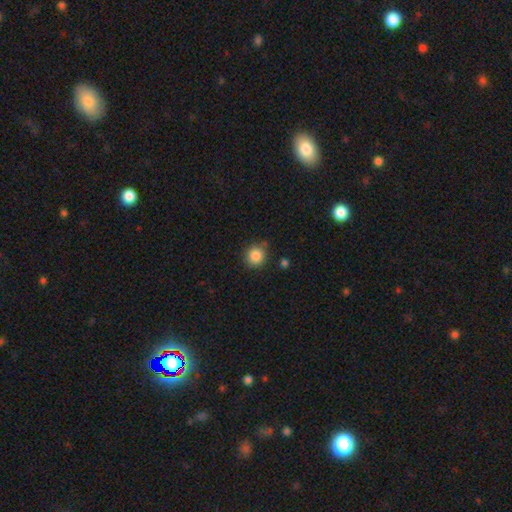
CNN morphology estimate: Q: Smooth or featured?
A: smooth (86%); runner-up: star or artifact (10%)
Q: How rounded?
A: round (90%); runner-up: in between (9%)
Q: Merging?
A: none (83%); runner-up: minor disturbance (11%)